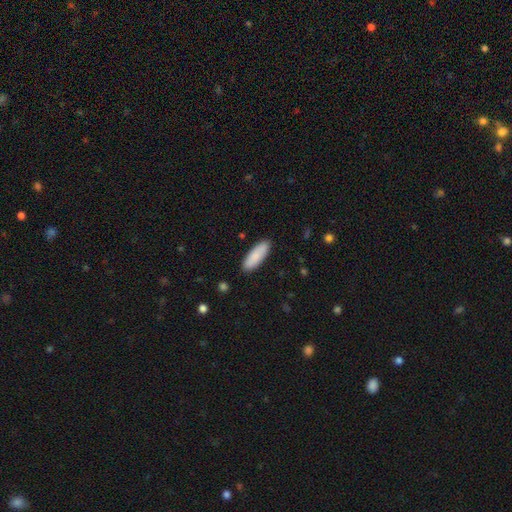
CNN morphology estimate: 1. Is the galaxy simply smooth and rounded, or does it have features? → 87% smooth, 7% featured or disk, 5% star or artifact.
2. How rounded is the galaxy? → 62% in between, 37% cigar-shaped, 2% round.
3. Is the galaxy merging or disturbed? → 89% none, 8% minor disturbance, 2% major disturbance, 1% merger.